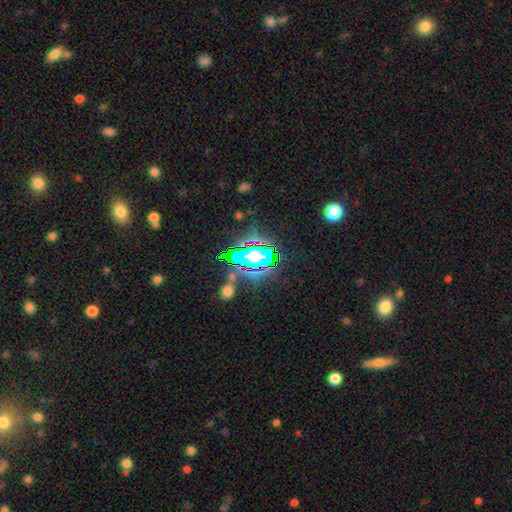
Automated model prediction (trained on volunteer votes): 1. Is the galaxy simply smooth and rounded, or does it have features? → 64% star or artifact, 22% smooth, 14% featured or disk.